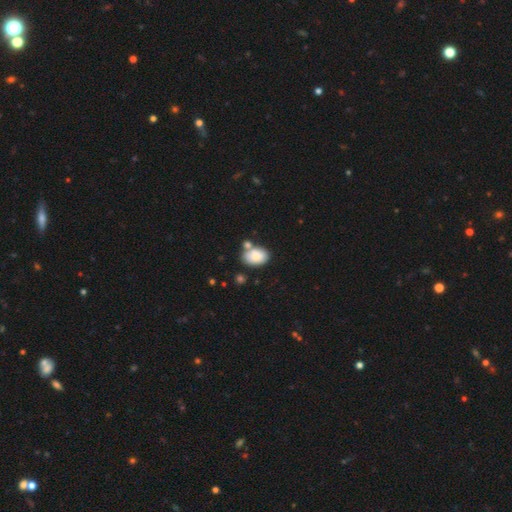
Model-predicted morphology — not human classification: A smooth galaxy with no disk features (83%) that is in between round and cigar-shaped (87%).

Vote fractions:
- Smooth or featured? smooth: 83% / featured or disk: 10% / star or artifact: 7%
- How rounded? in between: 87% / round: 12% / cigar-shaped: 1%
- Merging? none: 59% / merger: 21% / minor disturbance: 16% / major disturbance: 4%